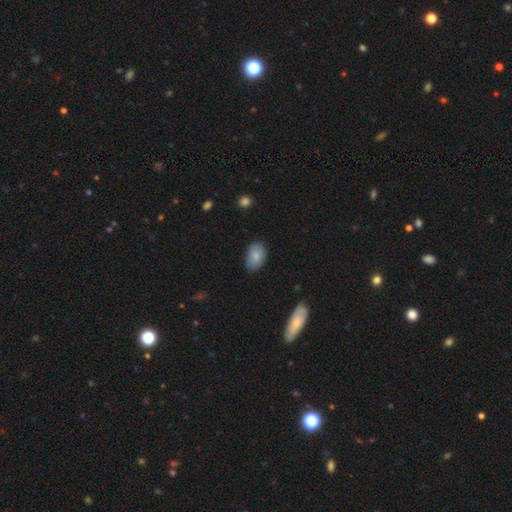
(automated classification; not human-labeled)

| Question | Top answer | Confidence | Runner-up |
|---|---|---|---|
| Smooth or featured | smooth | 83% | featured or disk (10%) |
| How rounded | in between | 89% | round (9%) |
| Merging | none | 77% | minor disturbance (19%) |